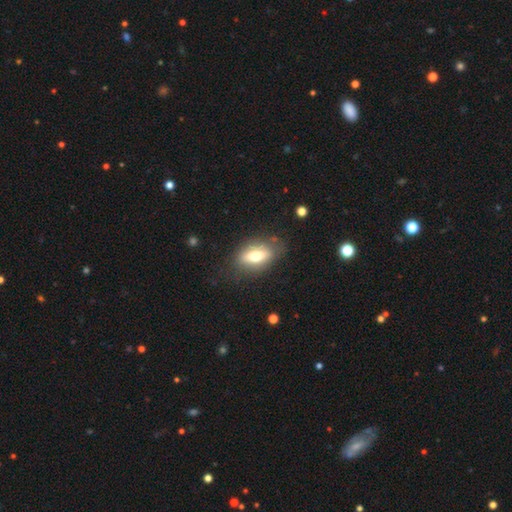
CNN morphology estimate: Smooth or featured: smooth — 65% (featured or disk — 27%)
How rounded: in between — 83% (round — 9%)
Merging: none — 76% (minor disturbance — 16%)